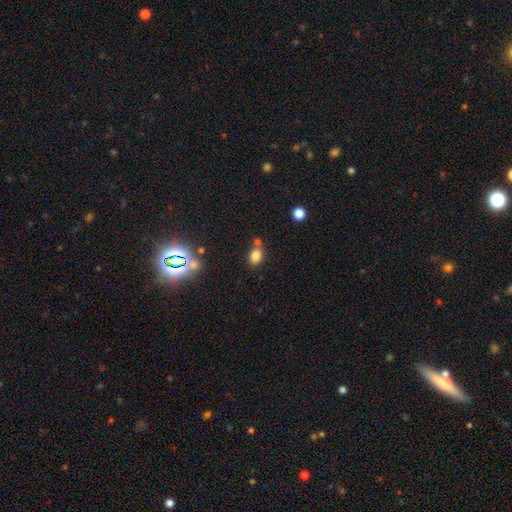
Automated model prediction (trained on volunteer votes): smooth_or_featured: smooth (p=0.80) [alt: star or artifact p=0.13]
how_rounded: in between (p=0.74) [alt: round p=0.25]
merging: none (p=0.57) [alt: merger p=0.24]